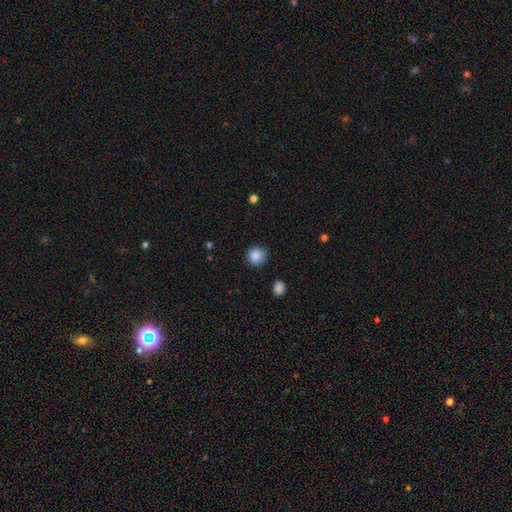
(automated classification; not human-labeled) smooth_or_featured: smooth (p=0.87) [alt: star or artifact p=0.10]
how_rounded: round (p=0.92) [alt: in between p=0.07]
merging: none (p=0.86) [alt: minor disturbance p=0.10]